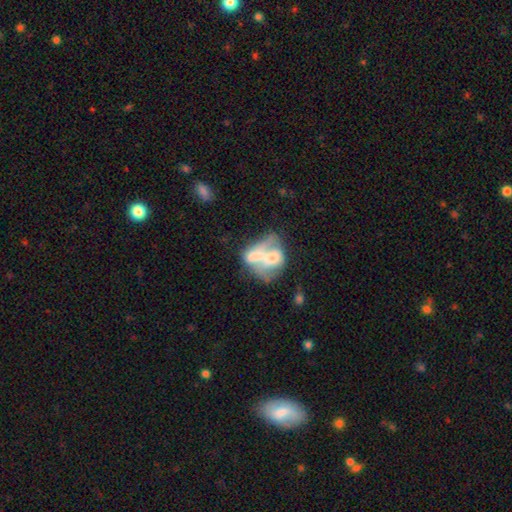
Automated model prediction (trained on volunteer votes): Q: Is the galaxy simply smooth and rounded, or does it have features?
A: featured or disk — 48%.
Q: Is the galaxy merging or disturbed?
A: merger — 57%.